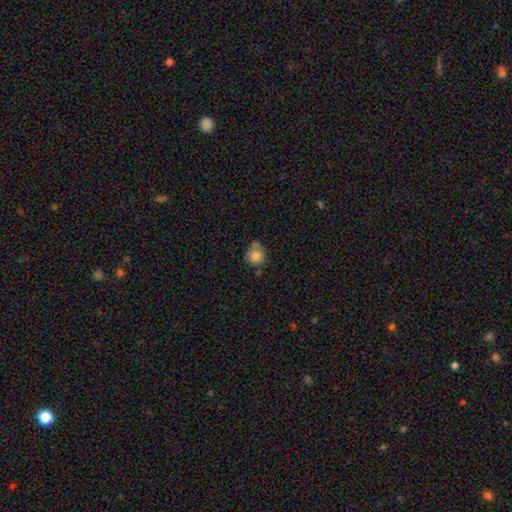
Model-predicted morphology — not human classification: Smooth or featured?
  - smooth: 82% *
  - star or artifact: 10%
  - featured or disk: 9%
How rounded?
  - round: 72% *
  - in between: 27%
  - cigar-shaped: 1%
Merging?
  - none: 48% *
  - minor disturbance: 34%
  - merger: 9%
  - major disturbance: 9%